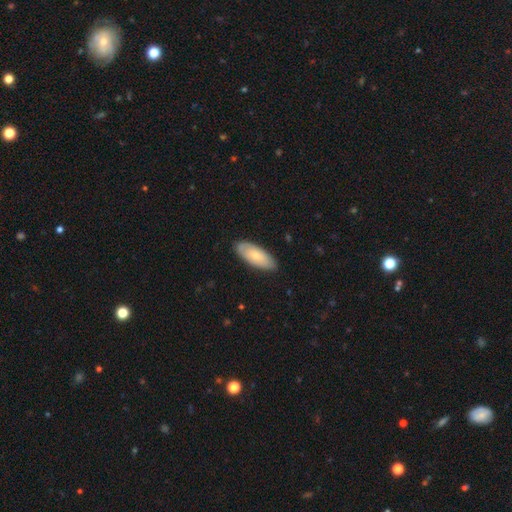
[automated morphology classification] The model was most divided on "smooth or featured": smooth: 64%, featured or disk: 30%, star or artifact: 5%. More confident: how rounded — in between (86%); merging — none (83%).